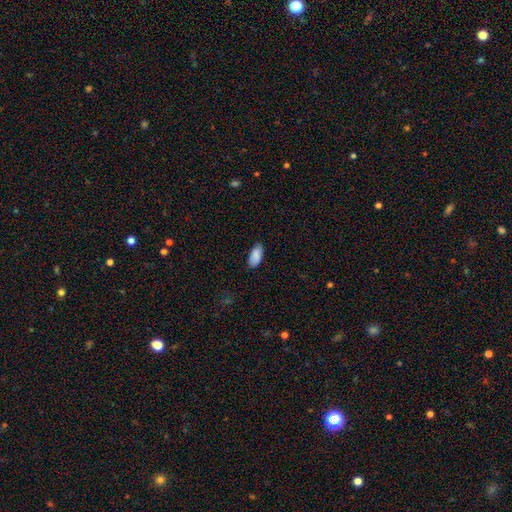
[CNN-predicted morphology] Smooth or featured? smooth (88%)
How rounded? in between (93%)
Merging? none (76%)